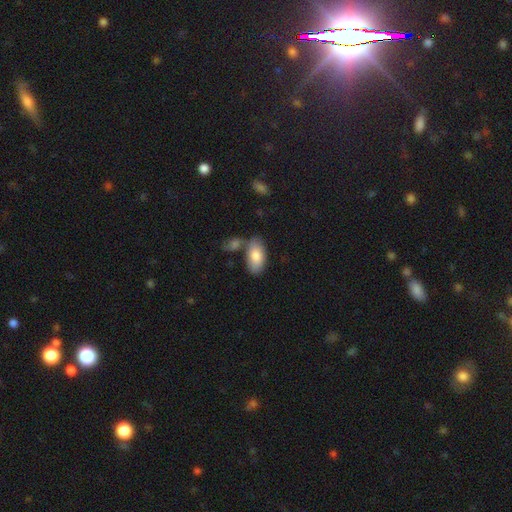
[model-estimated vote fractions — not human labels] smooth_or_featured: smooth (p=0.81) [alt: featured or disk p=0.13]
how_rounded: in between (p=0.94) [alt: cigar-shaped p=0.03]
merging: none (p=0.58) [alt: merger p=0.22]